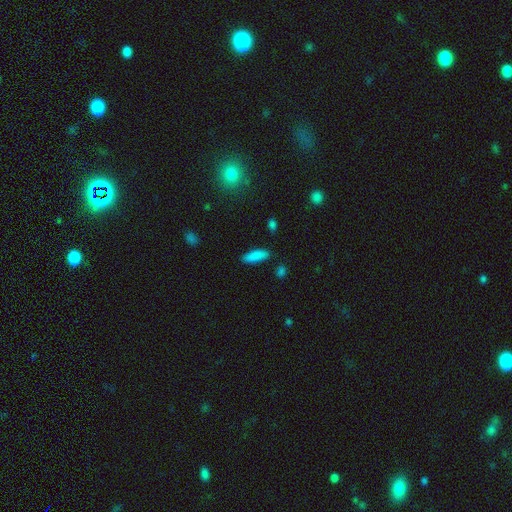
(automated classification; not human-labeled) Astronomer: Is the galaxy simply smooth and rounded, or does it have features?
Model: smooth — 87%.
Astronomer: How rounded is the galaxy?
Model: in between — 57% (runner-up: cigar-shaped, 42%).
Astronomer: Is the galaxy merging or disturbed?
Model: none — 86%.